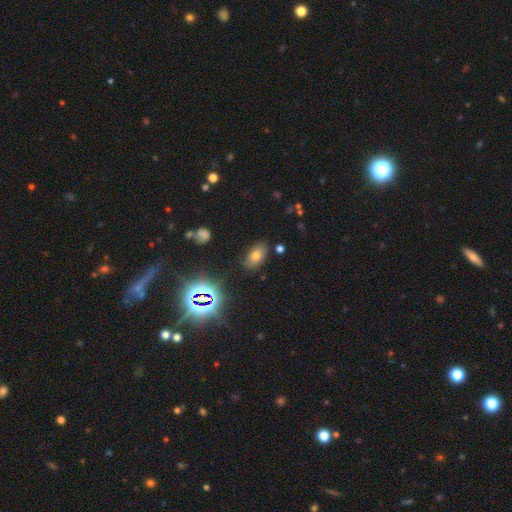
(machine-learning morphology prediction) Q: Smooth or featured?
A: smooth (65%); runner-up: star or artifact (23%)
Q: How rounded?
A: in between (90%); runner-up: round (8%)
Q: Merging?
A: none (79%); runner-up: minor disturbance (14%)